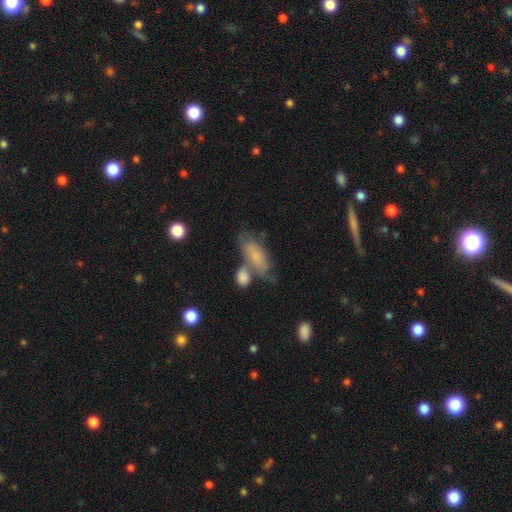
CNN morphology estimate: Q: Smooth or featured?
A: smooth (62%); runner-up: featured or disk (31%)
Q: How rounded?
A: in between (75%); runner-up: cigar-shaped (21%)
Q: Merging?
A: none (40%); runner-up: merger (31%)